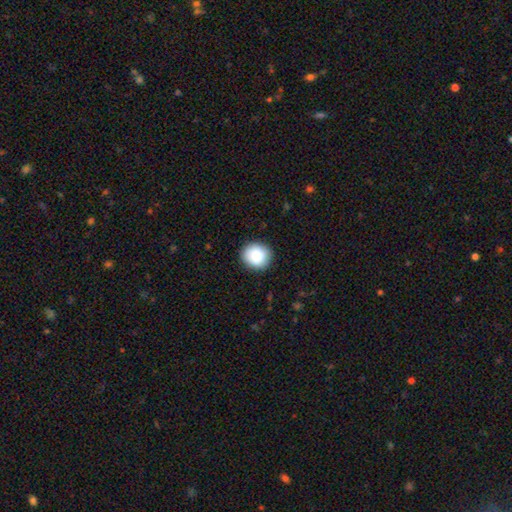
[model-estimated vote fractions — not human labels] Smooth or featured?
  - smooth: 87% *
  - star or artifact: 7%
  - featured or disk: 6%
How rounded?
  - round: 88% *
  - in between: 11%
  - cigar-shaped: 1%
Merging?
  - none: 90% *
  - minor disturbance: 7%
  - major disturbance: 2%
  - merger: 1%